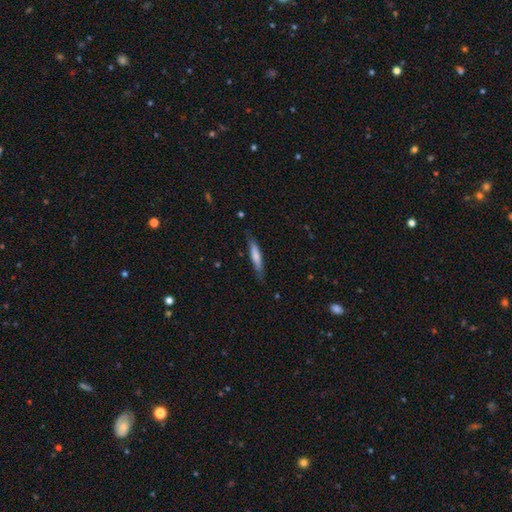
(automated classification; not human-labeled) Morphology: type=smooth (67%); roundness=cigar-shaped (89%); merging=none (80%).